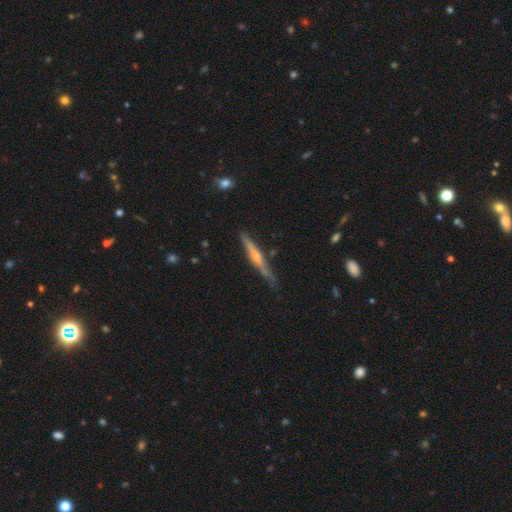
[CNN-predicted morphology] featured or disk 67%, smooth 27%, star or artifact 6%. Down the decision tree: edge-on disk — yes (96%); edge-on bulge — rounded (70%); merging — none (77%).